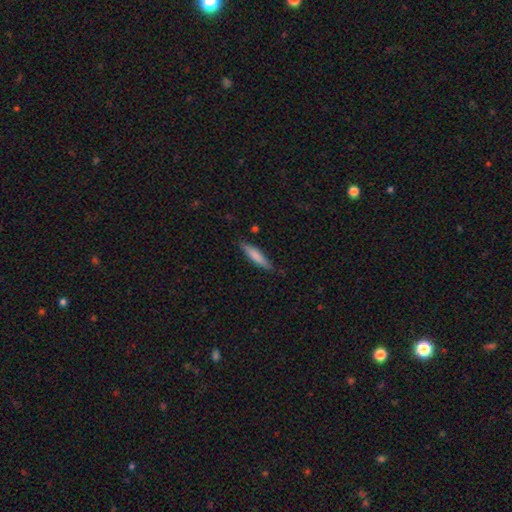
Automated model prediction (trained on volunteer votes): smooth_or_featured: smooth (p=0.76) [alt: featured or disk p=0.18]
how_rounded: cigar-shaped (p=0.83) [alt: in between p=0.16]
merging: none (p=0.83) [alt: minor disturbance p=0.13]